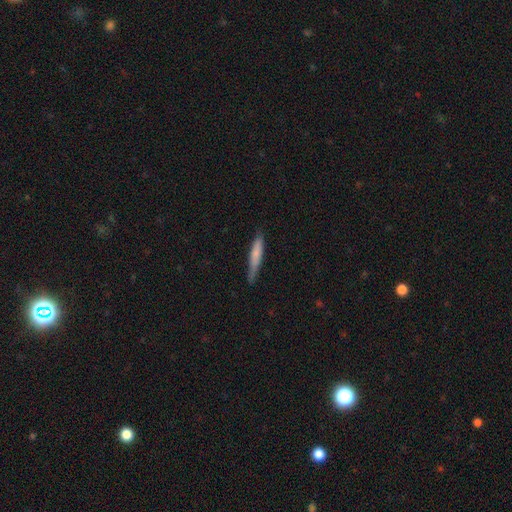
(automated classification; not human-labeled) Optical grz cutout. It shows a smooth galaxy with no disk features (71%) that is cigar-shaped (90%). Merging: none (74%).